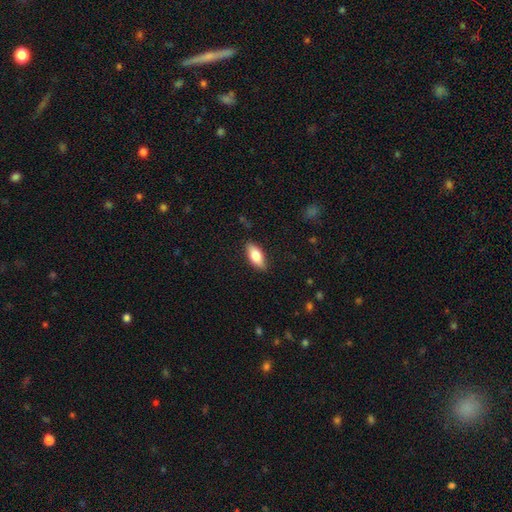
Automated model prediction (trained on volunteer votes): The model was most divided on "smooth or featured": smooth: 80%, featured or disk: 14%, star or artifact: 6%. More confident: merging — none (86%); how rounded — in between (85%).